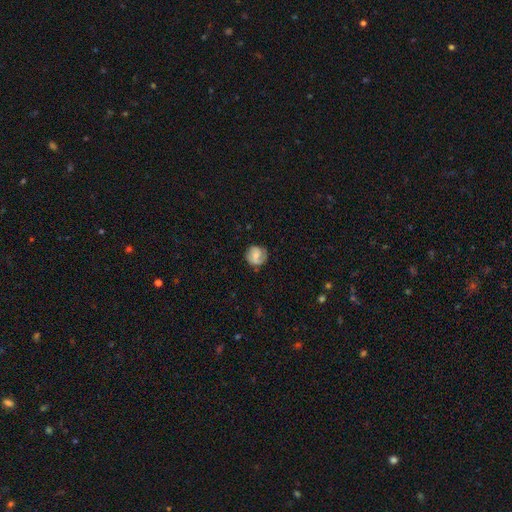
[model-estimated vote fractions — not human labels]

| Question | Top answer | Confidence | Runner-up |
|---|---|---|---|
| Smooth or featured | featured or disk | 47% | smooth (46%) |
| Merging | none | 72% | minor disturbance (20%) |